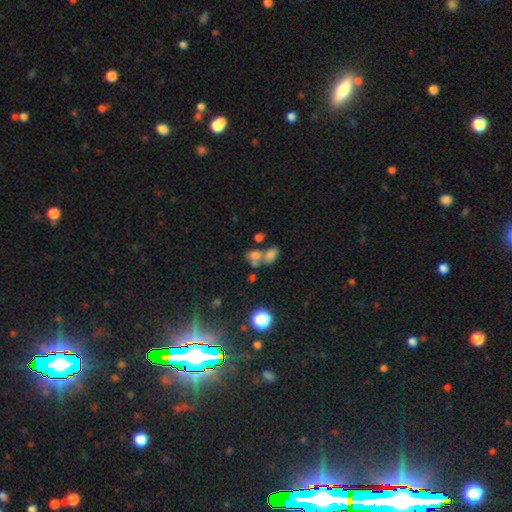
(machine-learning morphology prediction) Smooth or featured?
  - smooth: 65% *
  - star or artifact: 18%
  - featured or disk: 17%
How rounded?
  - in between: 71% *
  - round: 27%
  - cigar-shaped: 2%
Merging?
  - merger: 56% *
  - none: 27%
  - minor disturbance: 10%
  - major disturbance: 7%